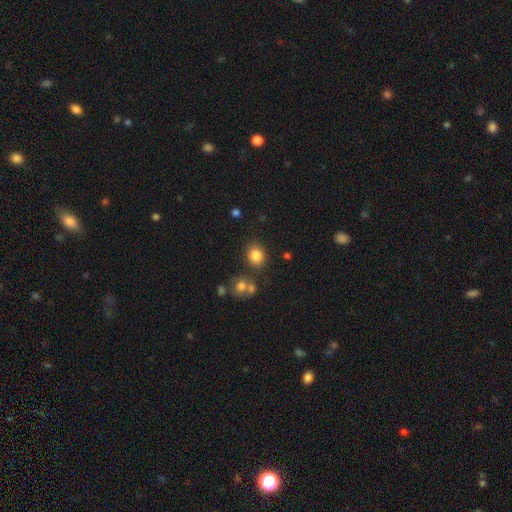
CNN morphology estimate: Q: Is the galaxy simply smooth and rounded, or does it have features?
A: smooth — 83%.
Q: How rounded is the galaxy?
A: round — 65%.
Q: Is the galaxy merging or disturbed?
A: none — 79%.